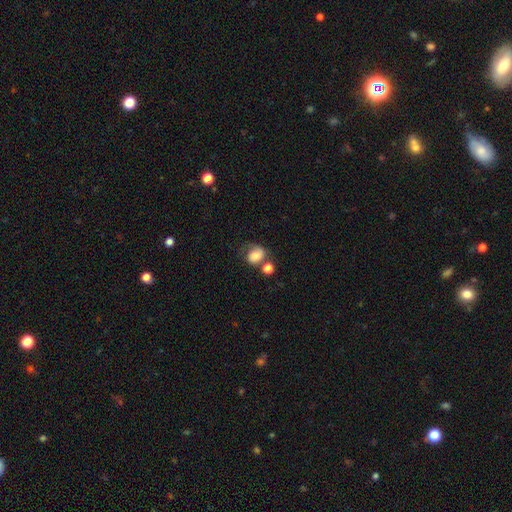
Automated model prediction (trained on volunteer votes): Smooth or featured: smooth — 62% (featured or disk — 28%)
How rounded: round — 56% (in between — 43%)
Merging: none — 36% (merger — 25%)